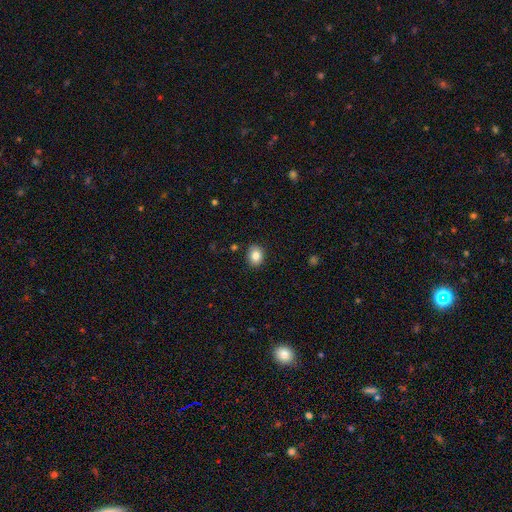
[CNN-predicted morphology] A smooth galaxy with no disk features (84%) that is round (51%). Merging: none (88%).